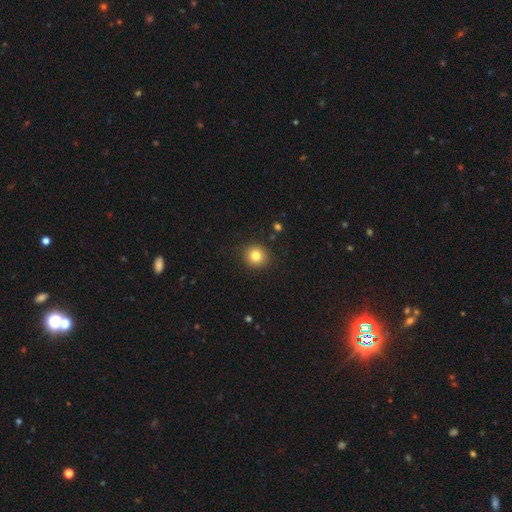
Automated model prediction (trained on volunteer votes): smooth-or-featured: smooth: 82% | star or artifact: 11% | featured or disk: 8%
  how-rounded: round: 87% | in between: 12% | cigar-shaped: 1%
  merging: none: 90% | minor disturbance: 6% | major disturbance: 2% | merger: 1%